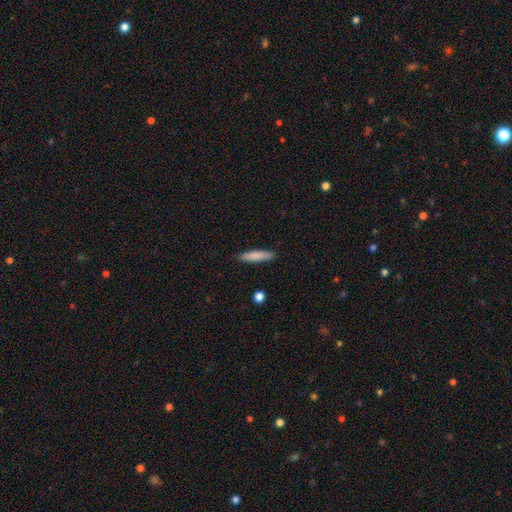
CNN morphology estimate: The model was most divided on "how rounded": cigar-shaped: 85%, in between: 13%, round: 1%. More confident: merging — none (89%); smooth or featured — smooth (83%).